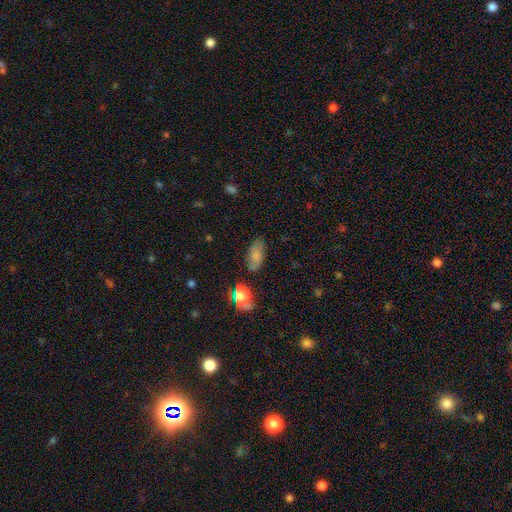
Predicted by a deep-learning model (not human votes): A smooth galaxy with no disk features (70%) that is in between round and cigar-shaped (89%). Merging: none (75%).